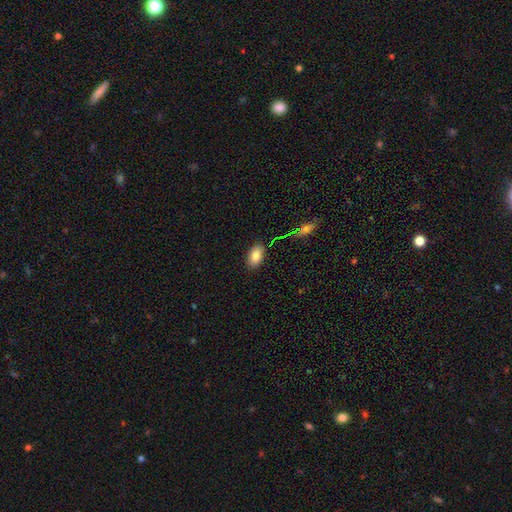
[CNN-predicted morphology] type=smooth (82%); roundness=in between (92%); merging=none (87%).